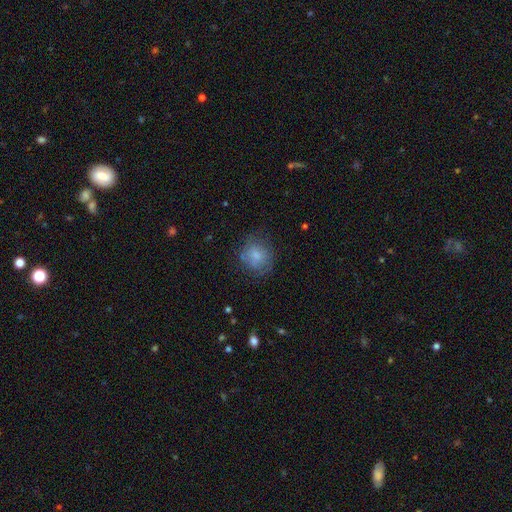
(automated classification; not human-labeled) smooth-or-featured: smooth: 72% | featured or disk: 19% | star or artifact: 9%
  how-rounded: round: 74% | in between: 25% | cigar-shaped: 1%
  merging: none: 65% | minor disturbance: 23% | major disturbance: 11% | merger: 2%